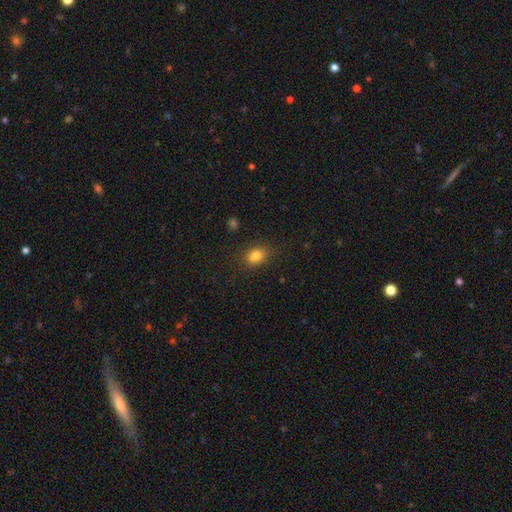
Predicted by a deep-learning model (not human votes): Smooth or featured? Predicted: smooth (p=0.81). How rounded? Predicted: in between (p=0.66). Merging? Predicted: none (p=0.77).